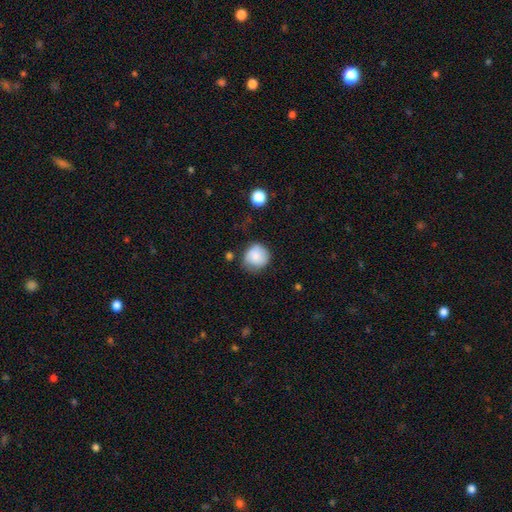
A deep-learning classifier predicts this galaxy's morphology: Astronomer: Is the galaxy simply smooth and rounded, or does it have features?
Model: smooth — 83%.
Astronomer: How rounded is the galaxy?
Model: round — 87%.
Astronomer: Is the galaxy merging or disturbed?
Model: none — 63%.